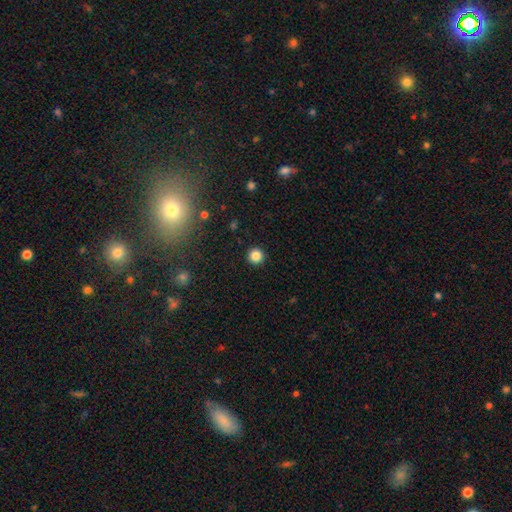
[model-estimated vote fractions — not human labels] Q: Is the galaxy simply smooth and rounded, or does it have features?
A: smooth — 84%.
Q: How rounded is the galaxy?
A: round — 95%.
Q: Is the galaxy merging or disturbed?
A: none — 93%.